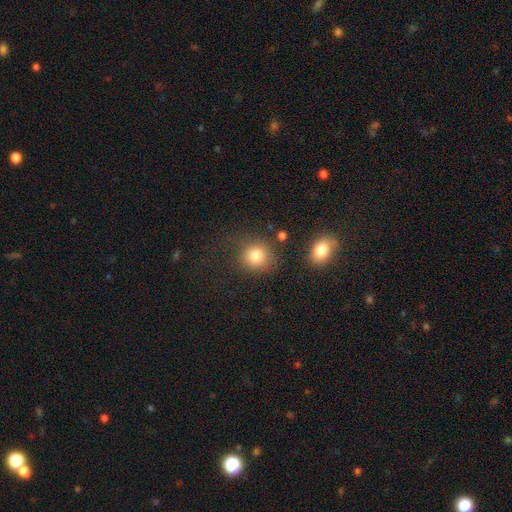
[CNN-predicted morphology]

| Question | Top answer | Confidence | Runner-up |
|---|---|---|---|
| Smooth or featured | smooth | 82% | star or artifact (11%) |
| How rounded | round | 84% | in between (15%) |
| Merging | none | 75% | minor disturbance (13%) |